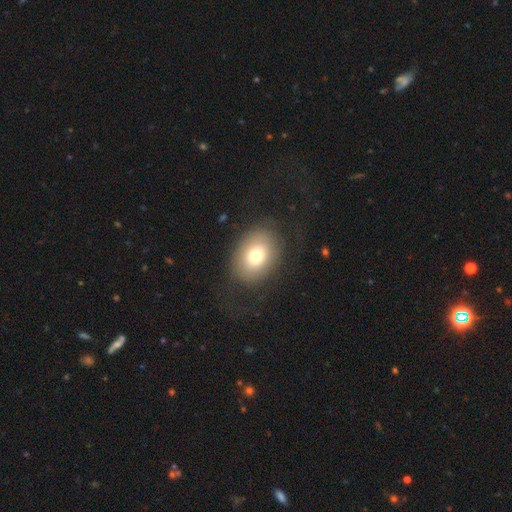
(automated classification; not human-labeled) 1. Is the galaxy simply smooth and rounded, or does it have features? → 74% smooth, 16% featured or disk, 10% star or artifact.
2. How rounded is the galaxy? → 65% in between, 34% round, 1% cigar-shaped.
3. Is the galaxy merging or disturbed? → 78% none, 13% minor disturbance, 8% major disturbance, 1% merger.